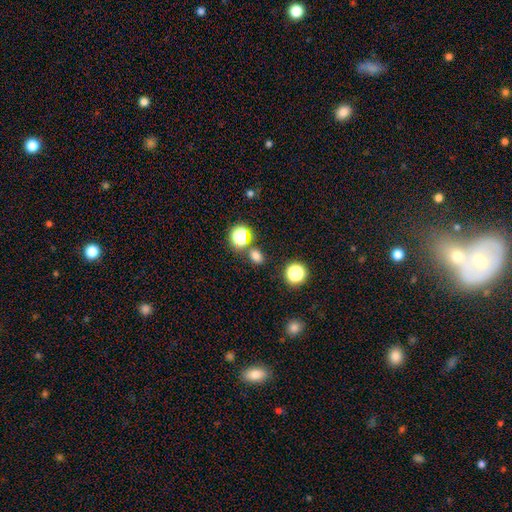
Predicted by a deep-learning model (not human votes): smooth 72%, star or artifact 23%, featured or disk 6%. Down the decision tree: how rounded — in between (57%); merging — none (78%).